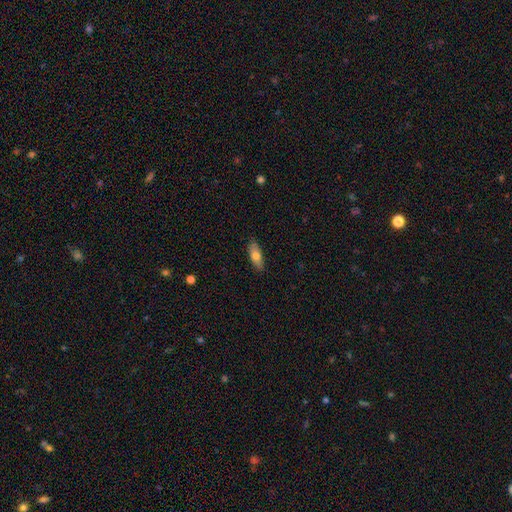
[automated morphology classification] The model was most divided on "how rounded": in between: 67%, cigar-shaped: 30%, round: 3%. More confident: merging — none (87%); smooth or featured — smooth (72%).